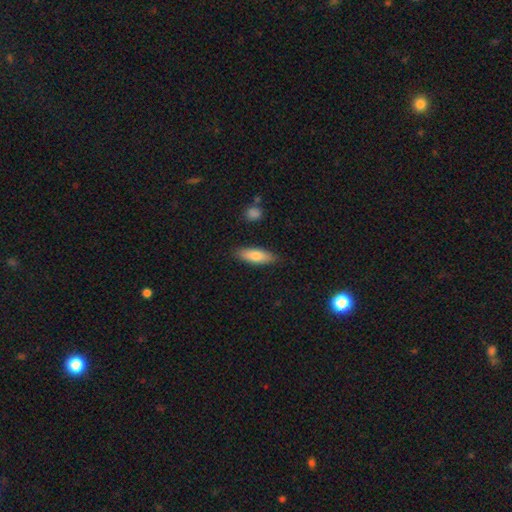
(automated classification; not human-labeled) Smooth or featured? smooth (76%)
How rounded? in between (57%)
Merging? none (87%)